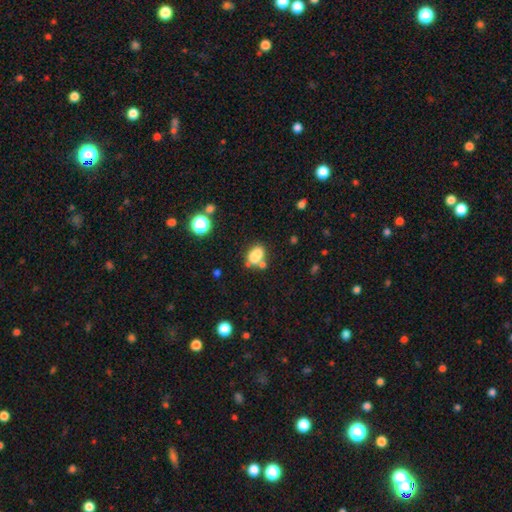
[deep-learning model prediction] Smooth or featured: smooth — 78% (star or artifact — 12%)
How rounded: in between — 79% (round — 19%)
Merging: none — 51% (merger — 27%)